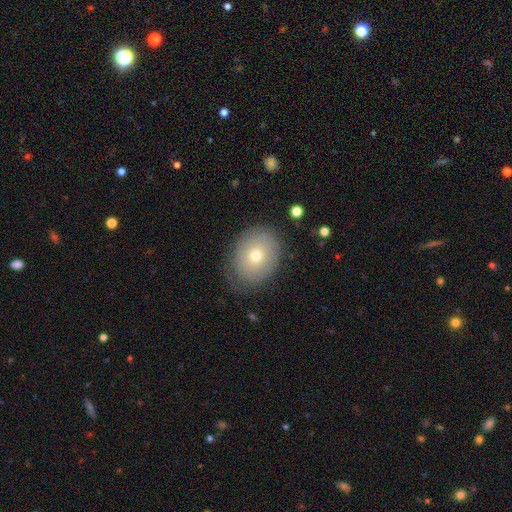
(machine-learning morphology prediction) Overall: smooth (62%; featured or disk 28%). How rounded: in between (56%; round 43%). Merging: none (73%).